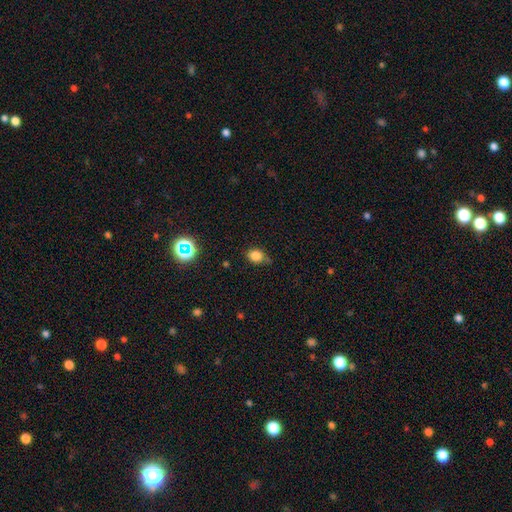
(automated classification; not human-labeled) Smooth or featured?
  - smooth: 80% *
  - star or artifact: 14%
  - featured or disk: 6%
How rounded?
  - round: 56% *
  - in between: 43%
  - cigar-shaped: 1%
Merging?
  - none: 69% *
  - minor disturbance: 21%
  - merger: 6%
  - major disturbance: 5%